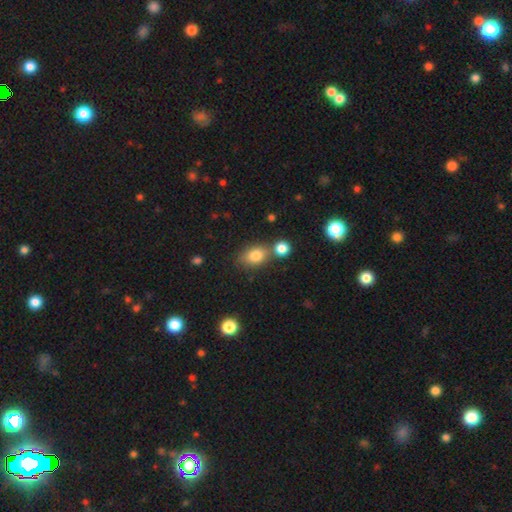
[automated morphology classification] A smooth galaxy with no disk features (80%) that is in between round and cigar-shaped (73%).

Vote fractions:
- Smooth or featured? smooth: 80% / star or artifact: 10% / featured or disk: 10%
- How rounded? in between: 73% / round: 25% / cigar-shaped: 2%
- Merging? none: 60% / merger: 23% / minor disturbance: 13% / major disturbance: 4%